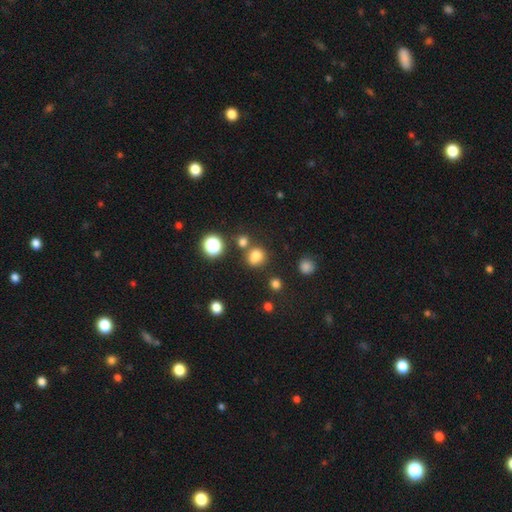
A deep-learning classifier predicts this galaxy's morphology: Smooth or featured? smooth (74%)
How rounded? round (79%)
Merging? none (67%)